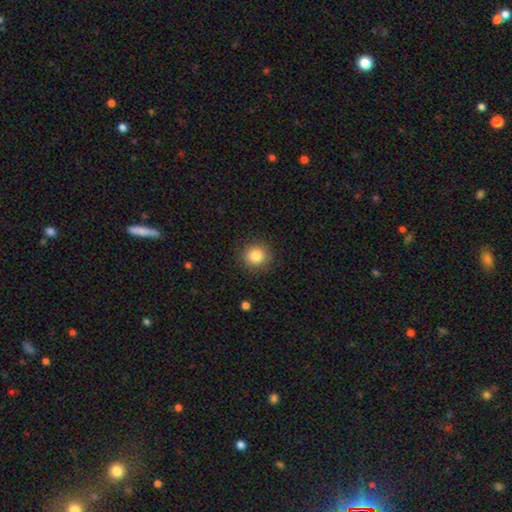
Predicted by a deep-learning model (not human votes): The model was most divided on "smooth or featured": smooth: 84%, star or artifact: 10%, featured or disk: 6%. More confident: how rounded — round (90%); merging — none (89%).